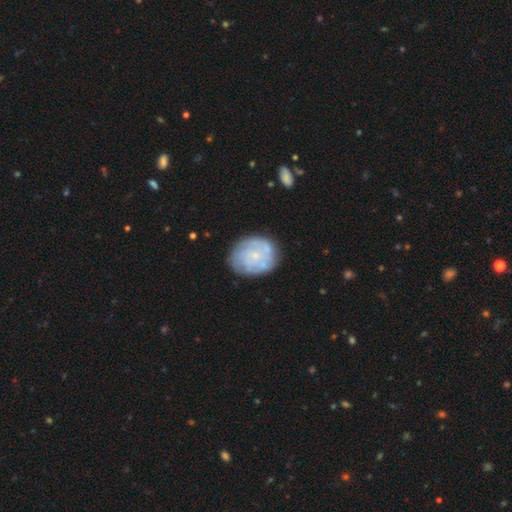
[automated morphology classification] A featured or disk galaxy (62%) with no bar (82%), spiral arms (72%) and a small central bulge (75%). Merging: none (72%).